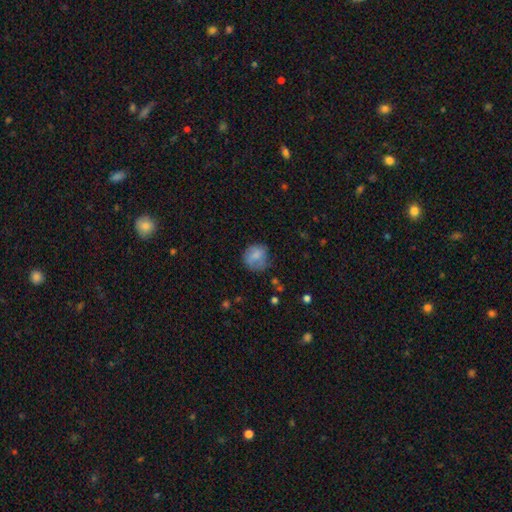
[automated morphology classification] smooth_or_featured: smooth (p=0.77) [alt: featured or disk p=0.14]
how_rounded: round (p=0.79) [alt: in between p=0.20]
merging: none (p=0.57) [alt: minor disturbance p=0.28]